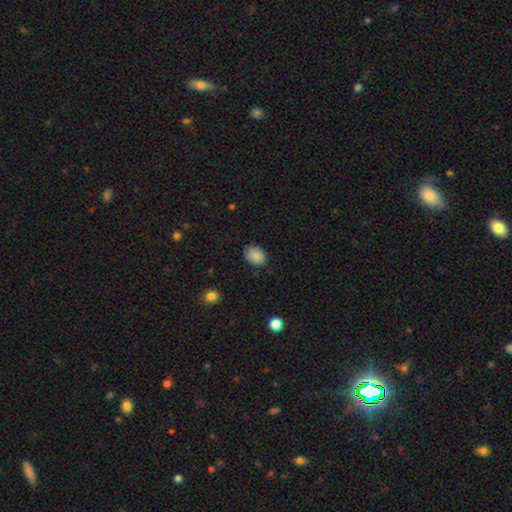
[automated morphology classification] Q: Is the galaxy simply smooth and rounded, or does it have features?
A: smooth — 86%.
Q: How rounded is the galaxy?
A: in between — 56%.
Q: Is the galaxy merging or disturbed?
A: none — 82%.